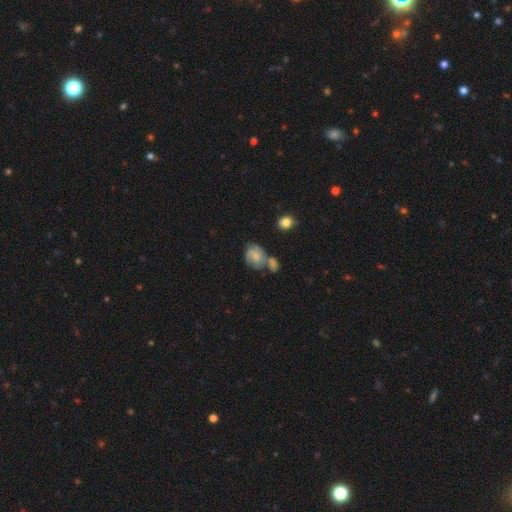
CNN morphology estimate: smooth 51%, featured or disk 40%, star or artifact 9%. Down the decision tree: how rounded — in between (53%); merging — none (36%).